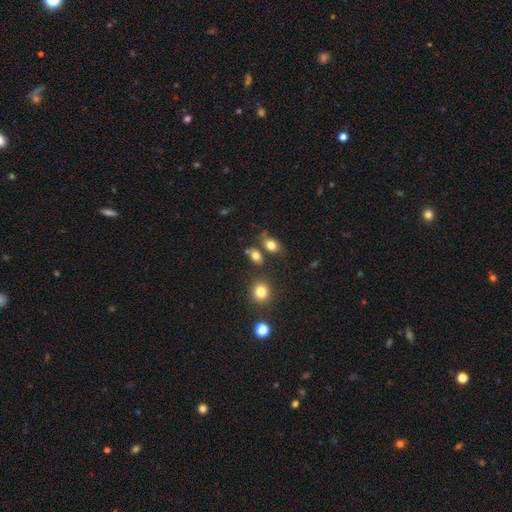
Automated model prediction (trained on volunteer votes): This appears to be a smooth galaxy with no disk features (79%) that is in between round and cigar-shaped (72%). Merging: none (65%).